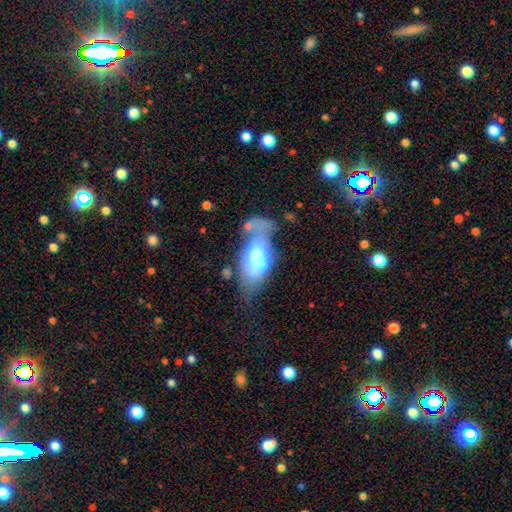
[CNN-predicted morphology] smooth-or-featured: smooth: 50% | featured or disk: 42% | star or artifact: 9%
  merging: major disturbance: 31% | merger: 27% | none: 23% | minor disturbance: 19%